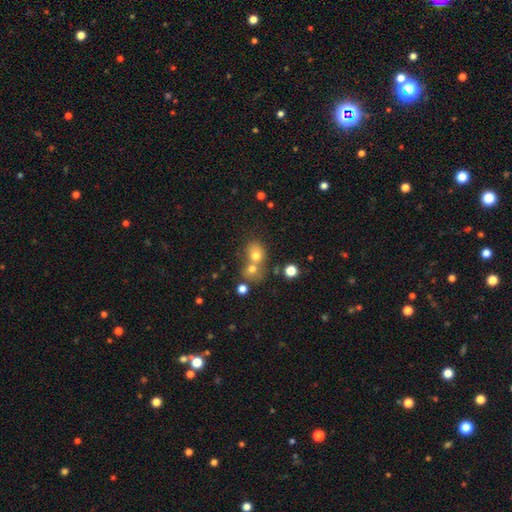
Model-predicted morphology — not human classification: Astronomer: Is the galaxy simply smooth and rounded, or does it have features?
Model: smooth — 69%.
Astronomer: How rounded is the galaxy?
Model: round — 64%.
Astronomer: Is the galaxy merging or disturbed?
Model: merger — 55% (runner-up: none, 34%).